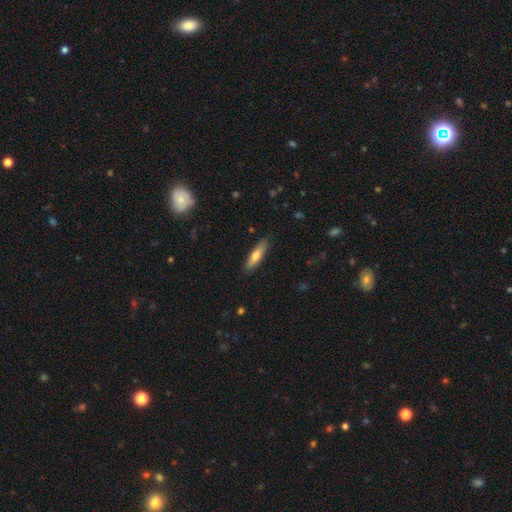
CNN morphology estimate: Smooth or featured?
  - smooth: 65% *
  - featured or disk: 29%
  - star or artifact: 6%
How rounded?
  - cigar-shaped: 71% *
  - in between: 27%
  - round: 2%
Merging?
  - none: 87% *
  - minor disturbance: 10%
  - major disturbance: 2%
  - merger: 1%